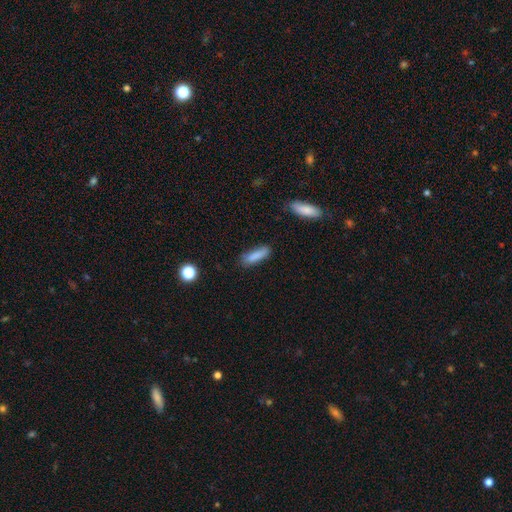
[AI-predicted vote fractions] A smooth galaxy with no disk features (84%) that is cigar-shaped (63%).

Vote fractions:
- Smooth or featured? smooth: 84% / featured or disk: 8% / star or artifact: 8%
- How rounded? cigar-shaped: 63% / in between: 35% / round: 2%
- Merging? none: 75% / minor disturbance: 18% / major disturbance: 4% / merger: 3%